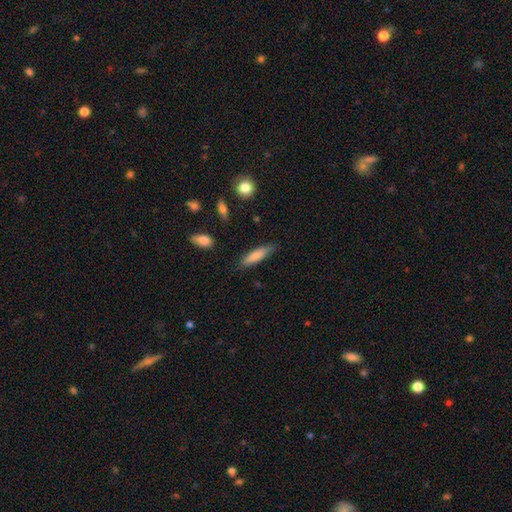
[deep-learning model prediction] smooth_or_featured: smooth (p=0.81) [alt: featured or disk p=0.13]
how_rounded: cigar-shaped (p=0.70) [alt: in between p=0.28]
merging: none (p=0.81) [alt: minor disturbance p=0.14]